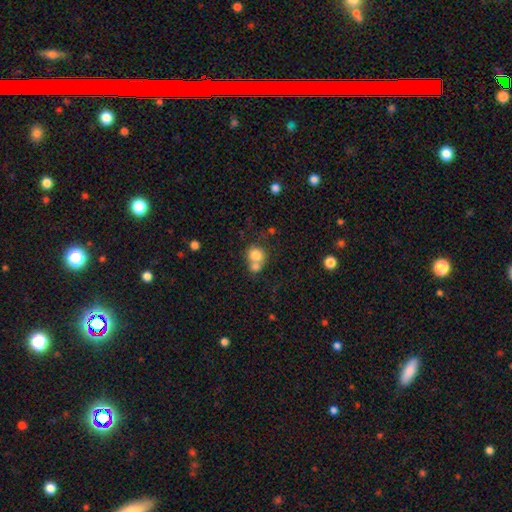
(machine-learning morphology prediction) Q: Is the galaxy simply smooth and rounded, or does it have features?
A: smooth — 78%.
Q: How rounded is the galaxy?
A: round — 81%.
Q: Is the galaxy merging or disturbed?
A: merger — 55%.